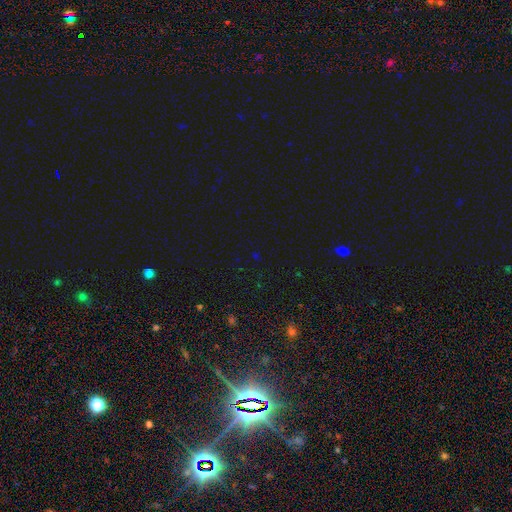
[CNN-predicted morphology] The model was most divided on "smooth or featured": star or artifact: 69%, smooth: 24%, featured or disk: 7%.